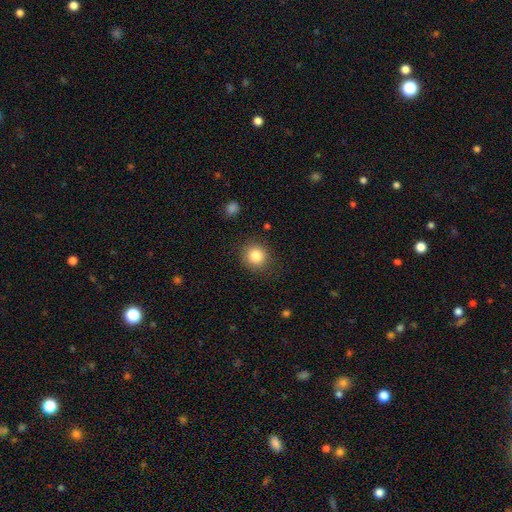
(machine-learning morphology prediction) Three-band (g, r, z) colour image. It shows a smooth galaxy with no disk features (84%) that is round (89%). Merging: none (85%).